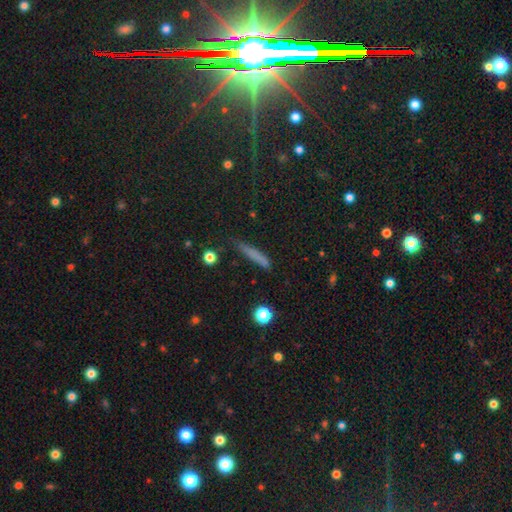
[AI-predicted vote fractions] A smooth galaxy with no disk features (72%) that is cigar-shaped (92%). Merging: none (77%).